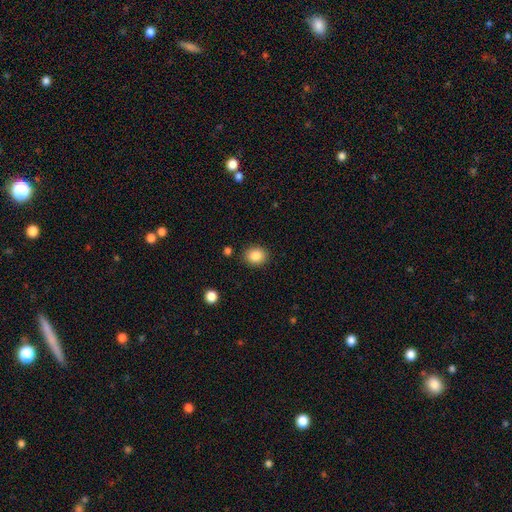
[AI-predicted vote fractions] This is clearly a smooth galaxy (86%). How rounded: likely round (61%). Merging: clearly none (87%).